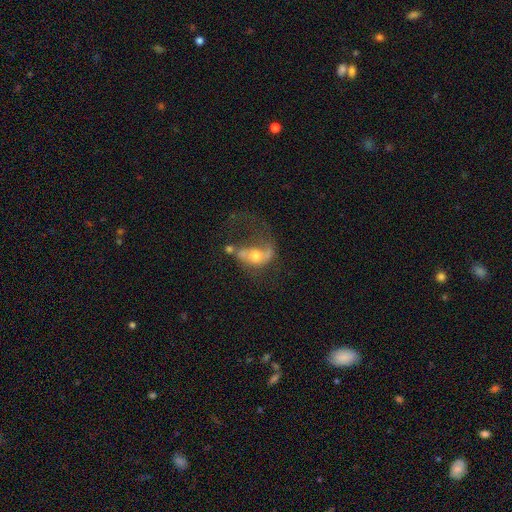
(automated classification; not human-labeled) This is likely a featured or disk galaxy (61%). It is clearly not viewed edge-on (96%). Bar: likely no (68%). Spiral arm pattern: likely yes (65%). Central bulge: likely moderate (65%). Merging: marginally major disturbance (43%).